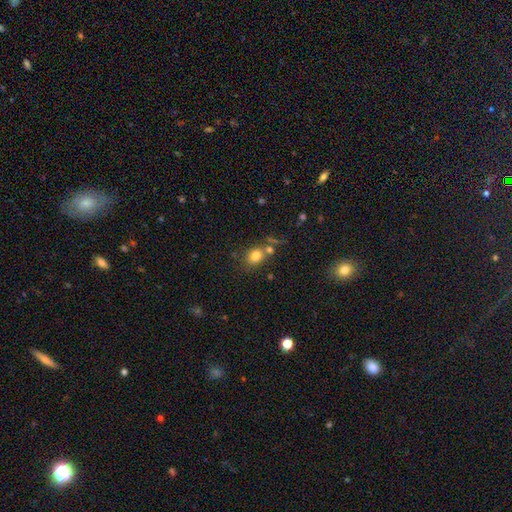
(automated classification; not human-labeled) Smooth or featured? Predicted: smooth (p=0.80). How rounded? Predicted: in between (p=0.53). Merging? Predicted: none (p=0.58).